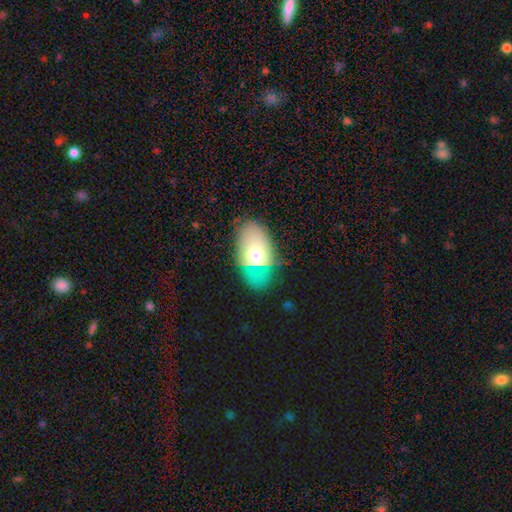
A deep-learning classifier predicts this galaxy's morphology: Smooth or featured: smooth — 64% (featured or disk — 25%)
How rounded: in between — 88% (round — 10%)
Merging: none — 57% (minor disturbance — 26%)